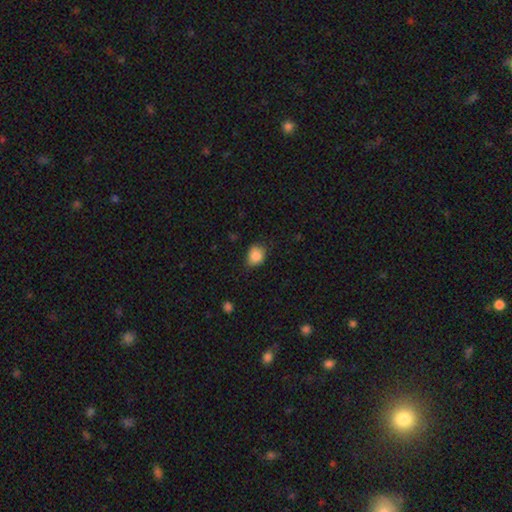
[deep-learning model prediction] A smooth galaxy with no disk features (85%) that is round (55%).

Vote fractions:
- Smooth or featured? smooth: 85% / star or artifact: 9% / featured or disk: 6%
- How rounded? round: 55% / in between: 44% / cigar-shaped: 1%
- Merging? none: 69% / minor disturbance: 25% / major disturbance: 4% / merger: 1%